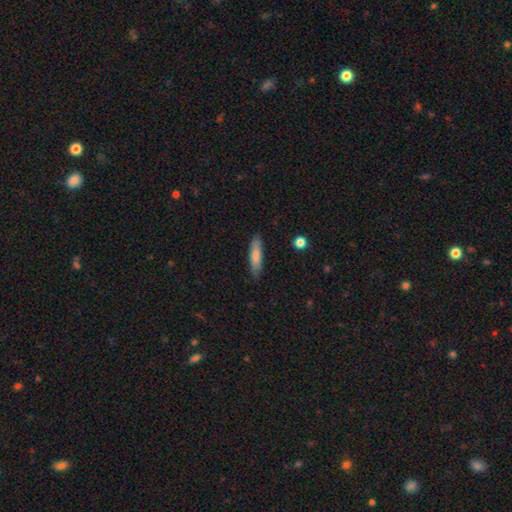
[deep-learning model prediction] smooth_or_featured: smooth (p=0.78) [alt: featured or disk p=0.17]
how_rounded: cigar-shaped (p=0.78) [alt: in between p=0.20]
merging: none (p=0.86) [alt: minor disturbance p=0.11]